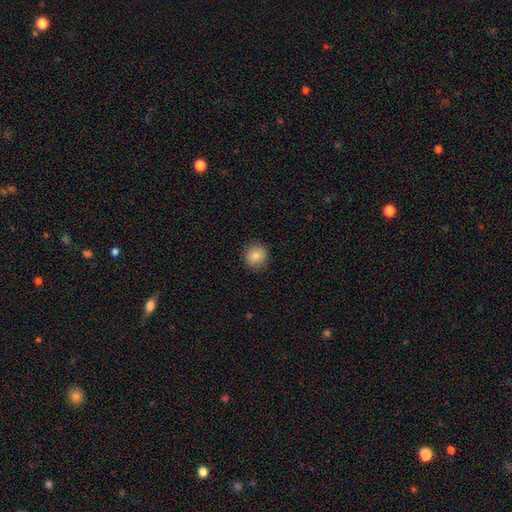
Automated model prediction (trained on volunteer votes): Q: Smooth or featured?
A: smooth (84%); runner-up: star or artifact (9%)
Q: How rounded?
A: round (92%); runner-up: in between (7%)
Q: Merging?
A: none (91%); runner-up: minor disturbance (7%)